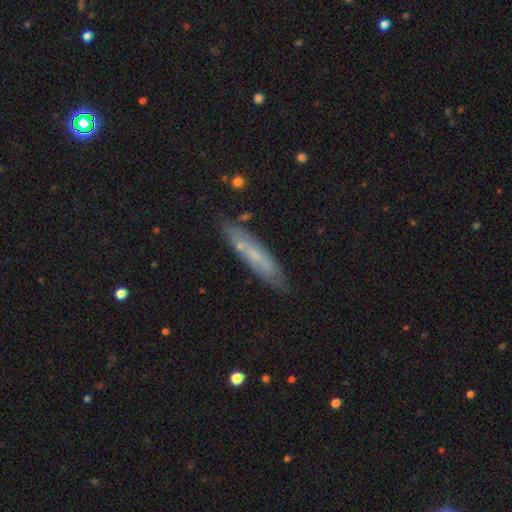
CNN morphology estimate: Q: Smooth or featured?
A: smooth (50%); runner-up: featured or disk (42%)
Q: Merging?
A: none (79%); runner-up: minor disturbance (15%)